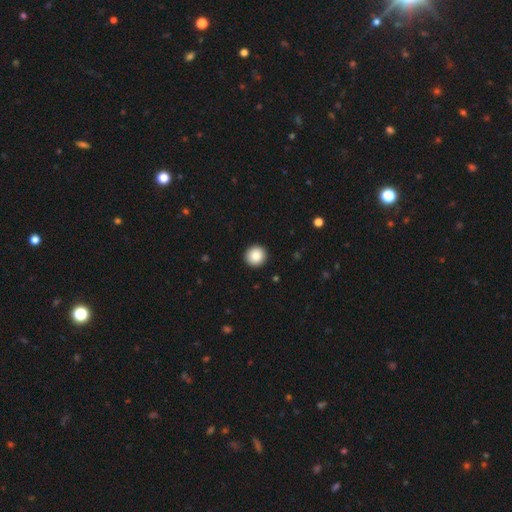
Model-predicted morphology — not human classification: This appears to be a smooth galaxy with no disk features (87%) that is round (96%). Merging: none (93%).